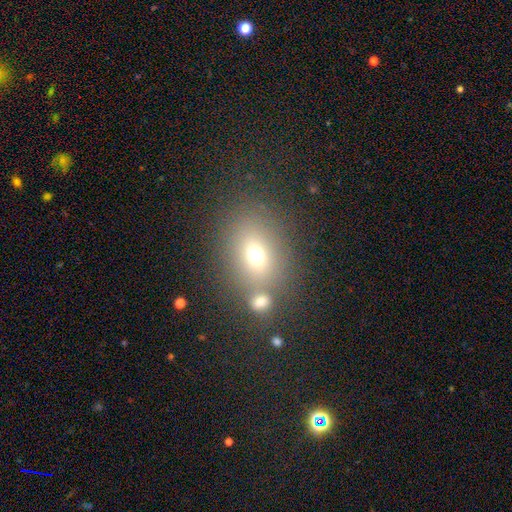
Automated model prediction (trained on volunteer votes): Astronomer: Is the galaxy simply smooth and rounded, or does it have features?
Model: smooth — 68%.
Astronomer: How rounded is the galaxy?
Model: in between — 58% (runner-up: round, 41%).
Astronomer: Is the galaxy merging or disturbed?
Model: none — 57%.